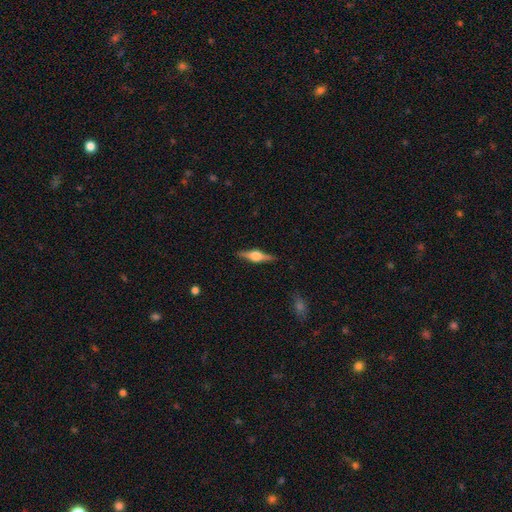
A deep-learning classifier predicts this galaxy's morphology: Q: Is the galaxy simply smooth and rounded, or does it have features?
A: featured or disk — 75%.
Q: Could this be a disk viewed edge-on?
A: yes — 98%.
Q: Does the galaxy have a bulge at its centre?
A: rounded — 92%.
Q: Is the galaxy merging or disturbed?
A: none — 89%.